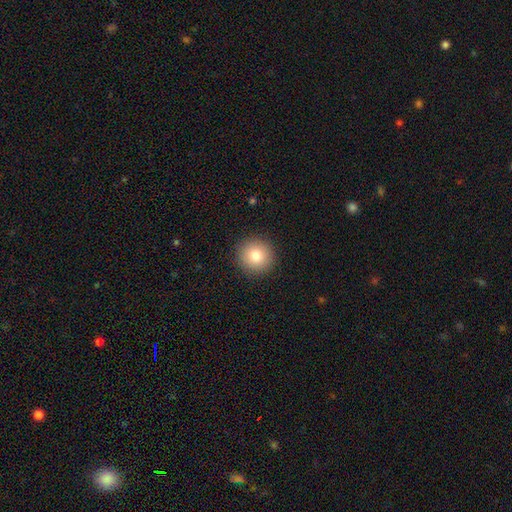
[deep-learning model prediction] Overall: smooth (81%). How rounded: round (93%). Merging: none (91%).